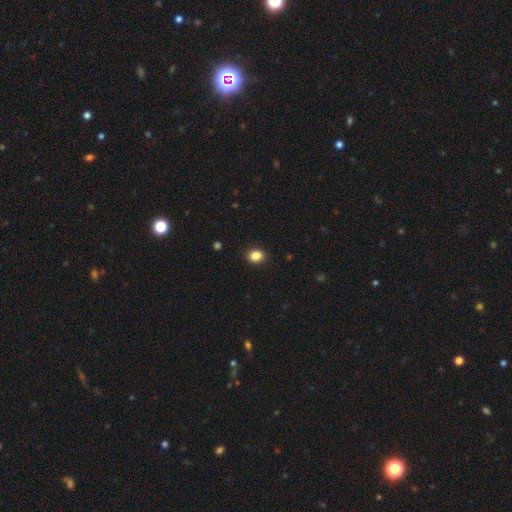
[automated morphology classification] Smooth or featured?
  - smooth: 86% *
  - star or artifact: 10%
  - featured or disk: 4%
How rounded?
  - round: 54% *
  - in between: 45%
  - cigar-shaped: 1%
Merging?
  - none: 91% *
  - minor disturbance: 6%
  - major disturbance: 2%
  - merger: 1%